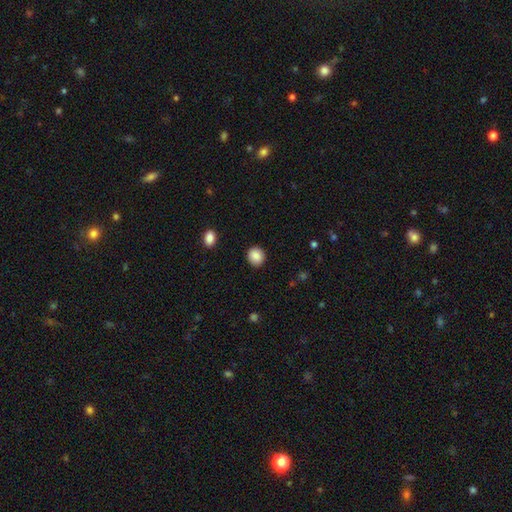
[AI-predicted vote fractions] A smooth galaxy with no disk features (88%) that is round (84%). Merging: none (90%).